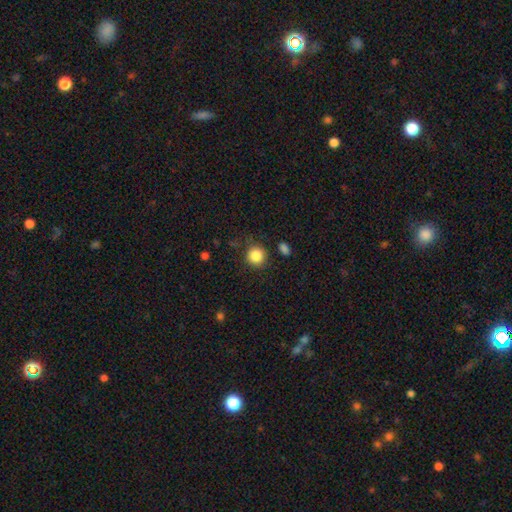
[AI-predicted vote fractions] Smooth or featured: smooth — 86% (star or artifact — 10%)
How rounded: round — 92% (in between — 7%)
Merging: none — 84% (minor disturbance — 10%)